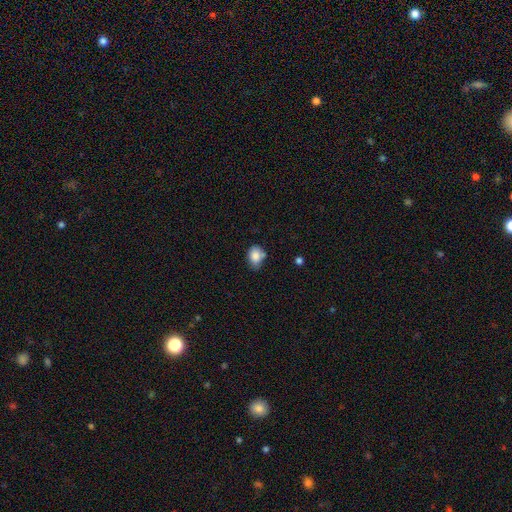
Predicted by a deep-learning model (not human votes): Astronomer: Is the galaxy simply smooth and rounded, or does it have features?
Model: smooth — 83%.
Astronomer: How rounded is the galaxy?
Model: in between — 61% (runner-up: round, 38%).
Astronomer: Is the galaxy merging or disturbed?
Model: none — 50% (runner-up: minor disturbance, 32%).